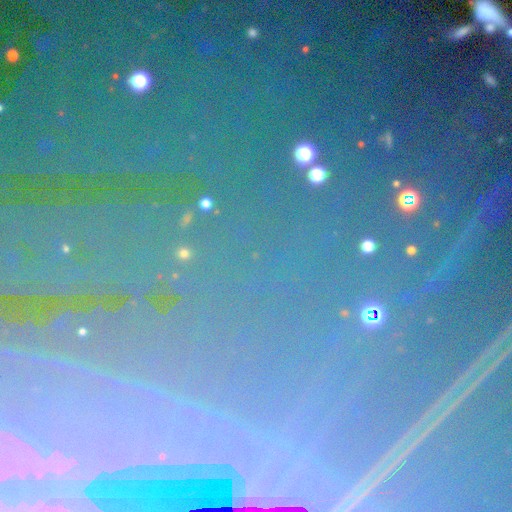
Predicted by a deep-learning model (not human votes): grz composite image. It shows a star or artifact, not a galaxy (70%).